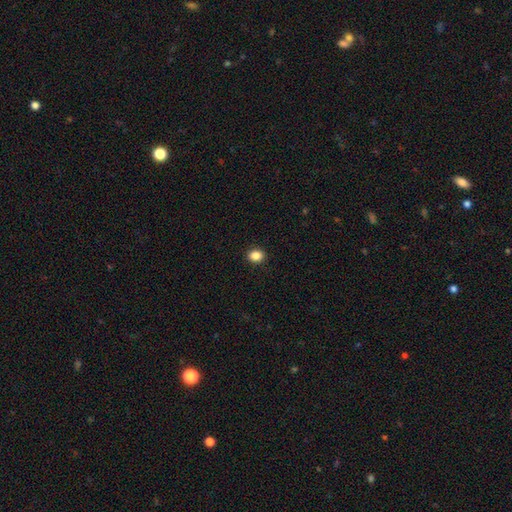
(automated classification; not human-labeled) This is clearly a smooth galaxy (87%). How rounded: possibly round (52%). Merging: clearly none (91%).